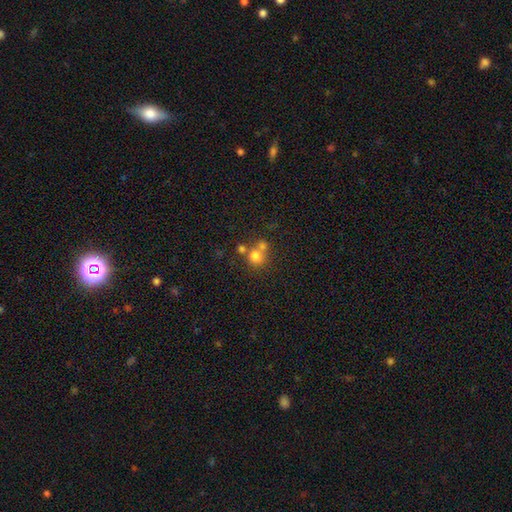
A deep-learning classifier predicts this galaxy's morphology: The model was most divided on "merging": none: 47%, merger: 42%, minor disturbance: 8%, major disturbance: 4%. More confident: how rounded — round (86%); smooth or featured — smooth (75%).